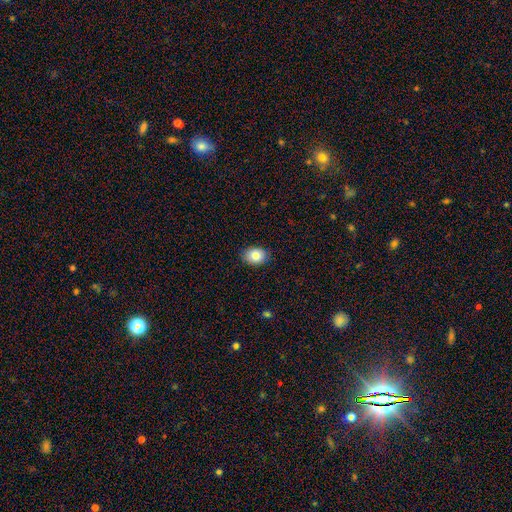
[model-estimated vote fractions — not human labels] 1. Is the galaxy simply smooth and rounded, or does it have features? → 83% smooth, 9% featured or disk, 8% star or artifact.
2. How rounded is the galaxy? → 67% in between, 32% round, 1% cigar-shaped.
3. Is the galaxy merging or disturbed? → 86% none, 11% minor disturbance, 2% major disturbance, 1% merger.